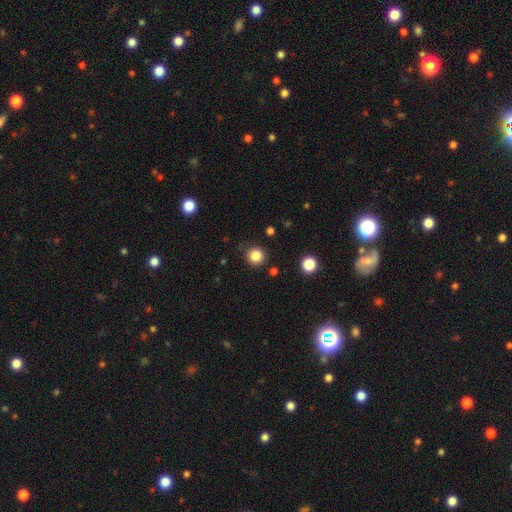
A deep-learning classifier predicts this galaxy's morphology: Smooth or featured?
  - smooth: 84% *
  - star or artifact: 12%
  - featured or disk: 4%
How rounded?
  - round: 95% *
  - in between: 4%
  - cigar-shaped: 1%
Merging?
  - none: 89% *
  - minor disturbance: 6%
  - major disturbance: 2%
  - merger: 2%